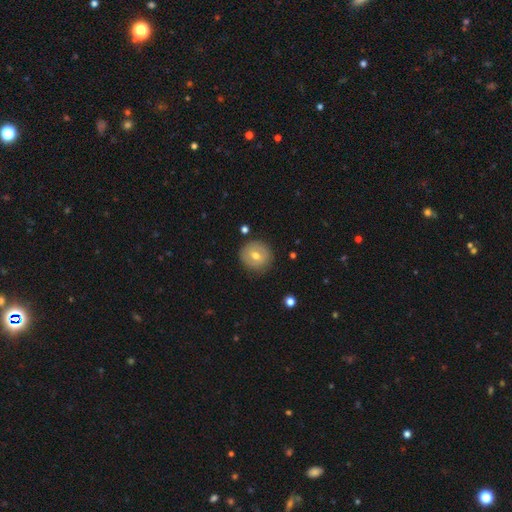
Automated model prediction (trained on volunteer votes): Smooth or featured? Predicted: smooth (p=0.60). How rounded? Predicted: round (p=0.92). Merging? Predicted: none (p=0.87).